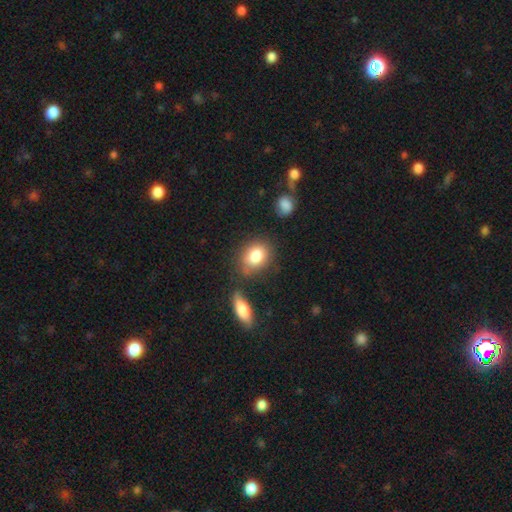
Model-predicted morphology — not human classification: This appears to be a smooth galaxy with no disk features (83%) that is in between round and cigar-shaped (57%). Merging: none (68%).